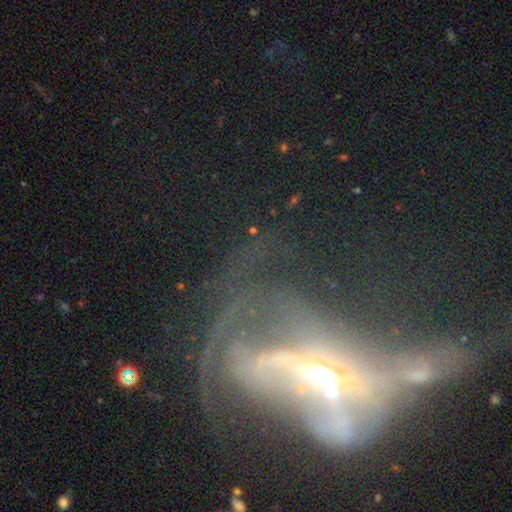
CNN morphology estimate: The model was most divided on "merging": none: 33%, major disturbance: 32%, merger: 22%, minor disturbance: 13%. More confident: edge-on disk — no (76%); smooth or featured — featured or disk (61%).